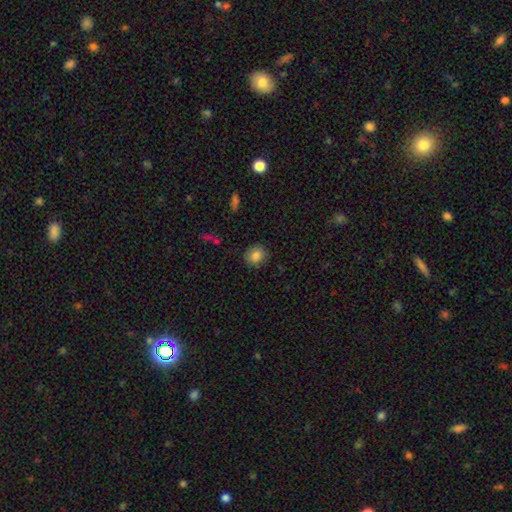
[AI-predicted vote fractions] A smooth galaxy with no disk features (84%) that is round (82%).

Vote fractions:
- Smooth or featured? smooth: 84% / star or artifact: 10% / featured or disk: 7%
- How rounded? round: 82% / in between: 17% / cigar-shaped: 1%
- Merging? none: 89% / minor disturbance: 8% / major disturbance: 2% / merger: 1%